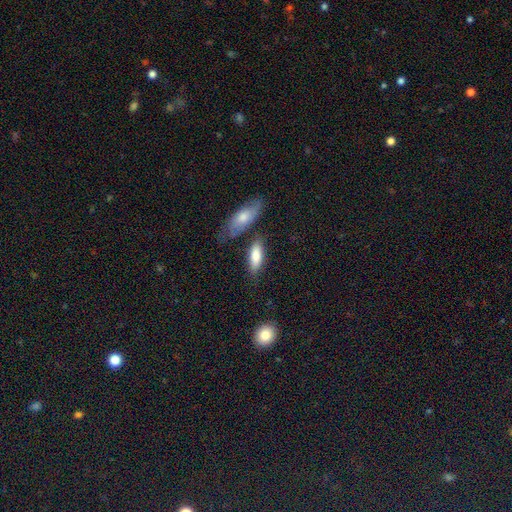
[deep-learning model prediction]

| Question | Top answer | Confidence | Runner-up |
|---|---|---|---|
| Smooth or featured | smooth | 79% | featured or disk (14%) |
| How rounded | in between | 66% | cigar-shaped (31%) |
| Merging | none | 68% | minor disturbance (16%) |